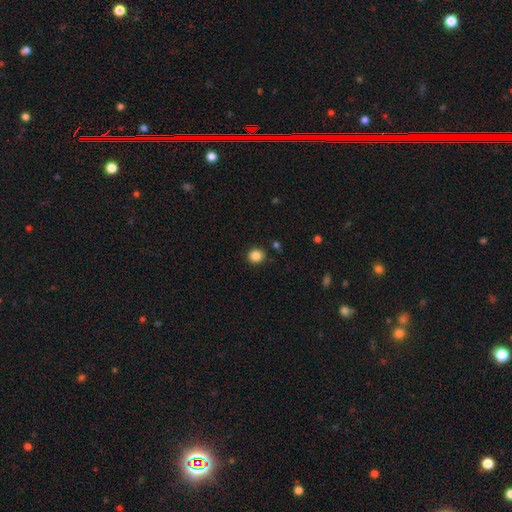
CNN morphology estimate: Smooth or featured?
  - smooth: 85% *
  - star or artifact: 11%
  - featured or disk: 4%
How rounded?
  - round: 85% *
  - in between: 14%
  - cigar-shaped: 1%
Merging?
  - none: 89% *
  - minor disturbance: 7%
  - merger: 2%
  - major disturbance: 2%